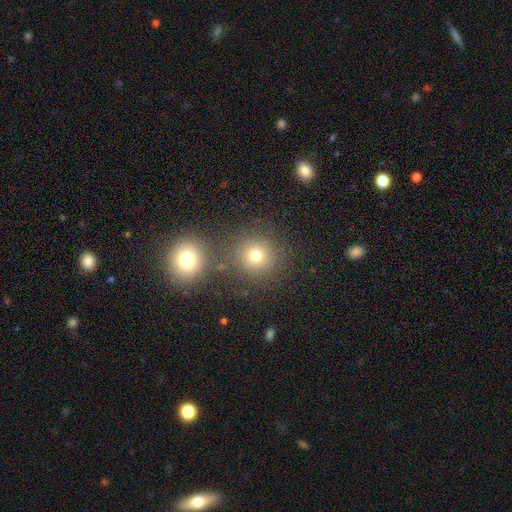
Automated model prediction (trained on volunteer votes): Morphology: type=smooth (76%); roundness=round (91%); merging=none (77%).